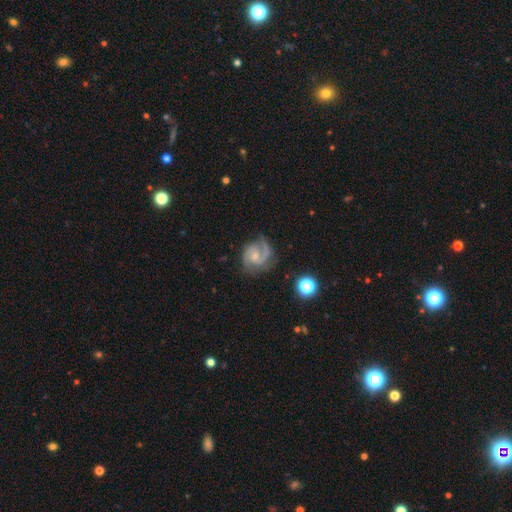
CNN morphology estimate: type=featured or disk (89%); edge-on=no (98%); bar=no (55%); spiral arms=yes (98%); winding=medium (55%); arm count=2 (85%); bulge=small (56%); merging=none (72%).